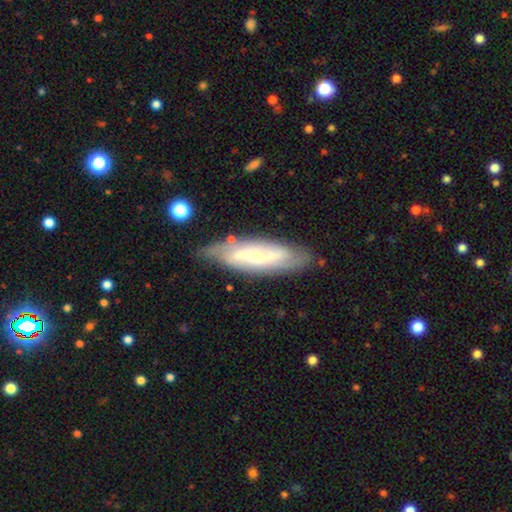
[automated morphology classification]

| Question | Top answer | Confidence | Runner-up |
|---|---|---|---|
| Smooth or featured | featured or disk | 67% | smooth (27%) |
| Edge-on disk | no | 75% | yes (25%) |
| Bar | weak | 41% | strong (32%) |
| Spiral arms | yes | 84% | no (16%) |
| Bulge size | small | 56% | moderate (34%) |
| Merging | none | 74% | minor disturbance (18%) |